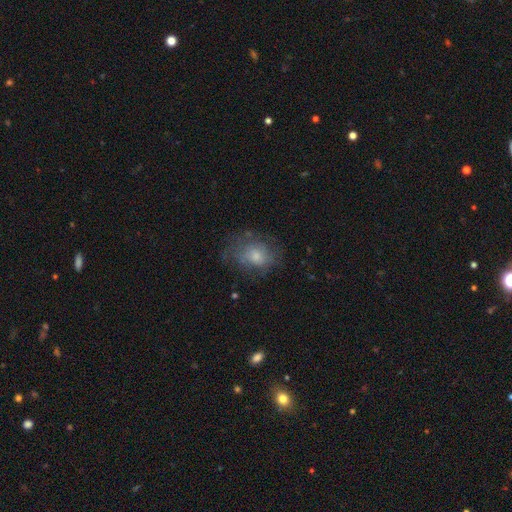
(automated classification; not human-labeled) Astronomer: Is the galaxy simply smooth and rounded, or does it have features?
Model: smooth — 59%.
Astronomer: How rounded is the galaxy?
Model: in between — 53% (runner-up: round, 46%).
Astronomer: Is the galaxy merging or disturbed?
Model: none — 55%.